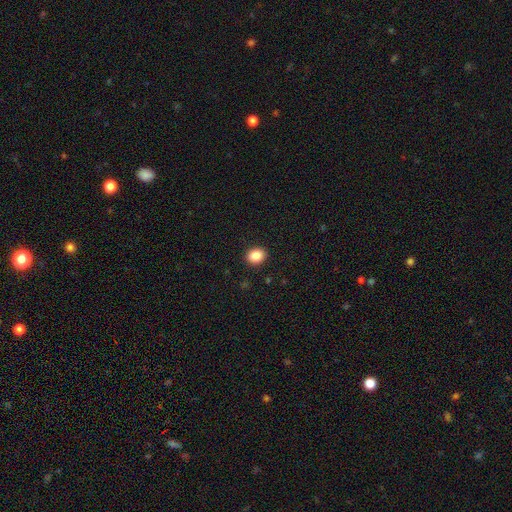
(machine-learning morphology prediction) smooth-or-featured: smooth: 86% | star or artifact: 9% | featured or disk: 4%
  how-rounded: round: 57% | in between: 43% | cigar-shaped: 1%
  merging: none: 91% | minor disturbance: 6% | major disturbance: 2% | merger: 1%